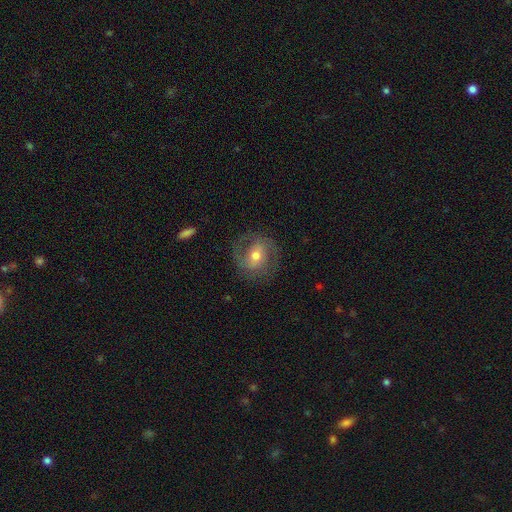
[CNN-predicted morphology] The model was most divided on "bar": weak: 41%, no: 36%, strong: 23%. Remaining: edge-on disk — no (96%); spiral arms — yes (81%); spiral arm count — 2 (81%); merging — none (78%); smooth or featured — featured or disk (67%); bulge size — moderate (65%); spiral winding — medium (46%).